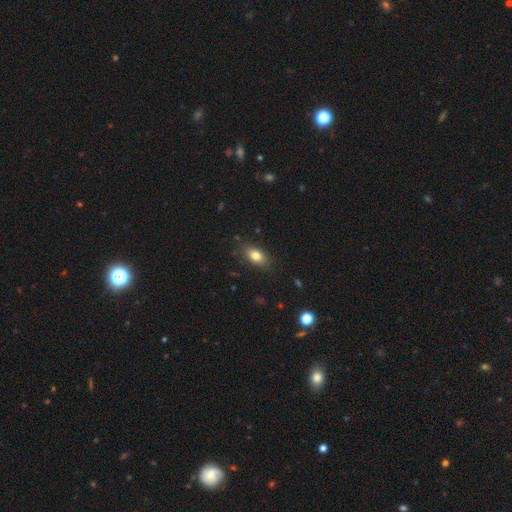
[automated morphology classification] Overall: smooth (80%). How rounded: in between (85%). Merging: none (84%).